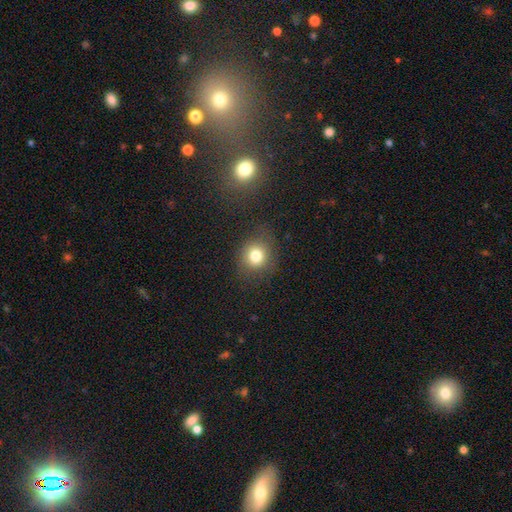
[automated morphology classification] The model was most divided on "how rounded": round: 80%, in between: 19%, cigar-shaped: 1%. More confident: smooth or featured — smooth (79%); merging — none (77%).